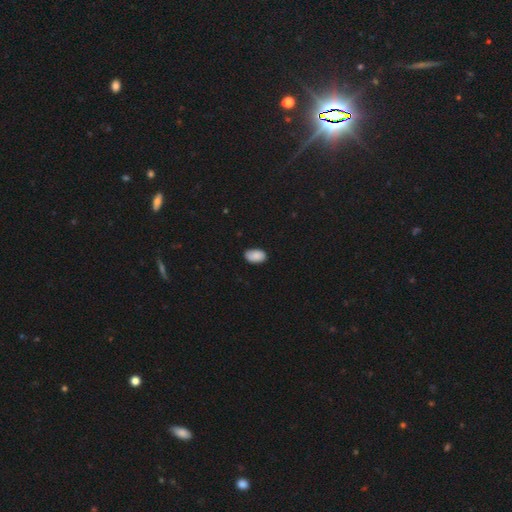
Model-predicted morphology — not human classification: This is clearly a smooth galaxy (88%). How rounded: clearly in between (92%). Merging: clearly none (81%).